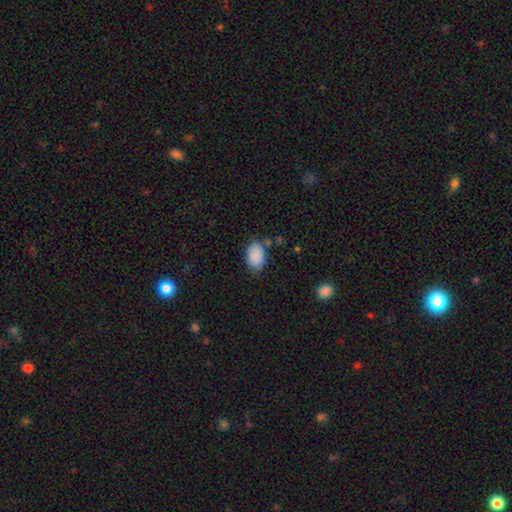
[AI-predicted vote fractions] smooth_or_featured: smooth (p=0.88) [alt: star or artifact p=0.07]
how_rounded: in between (p=0.87) [alt: round p=0.12]
merging: none (p=0.74) [alt: minor disturbance p=0.18]